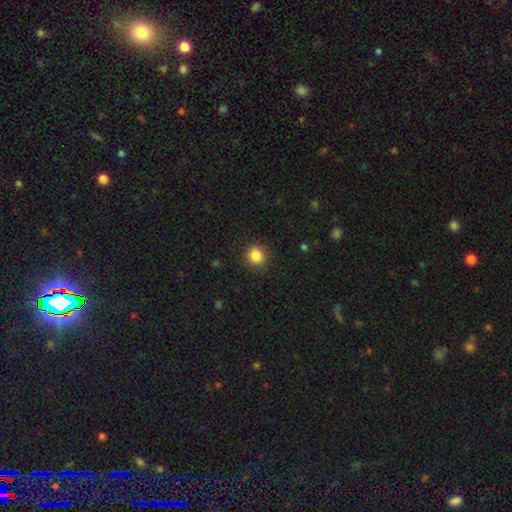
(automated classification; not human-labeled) smooth_or_featured: smooth (p=0.86) [alt: star or artifact p=0.10]
how_rounded: round (p=0.87) [alt: in between p=0.13]
merging: none (p=0.88) [alt: minor disturbance p=0.08]